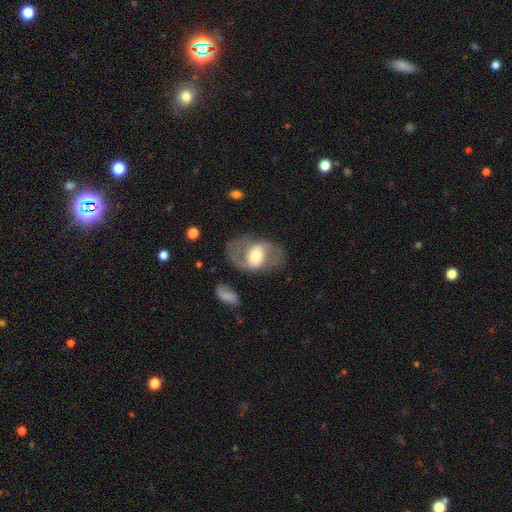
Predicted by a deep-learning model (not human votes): Overall: featured or disk (70%). Edge-on disk: no (94%). Bar: no (41%; weak 34%). Spiral arms: yes (66%; no 34%). Bulge size: moderate (61%; large 21%). Merging: none (71%).